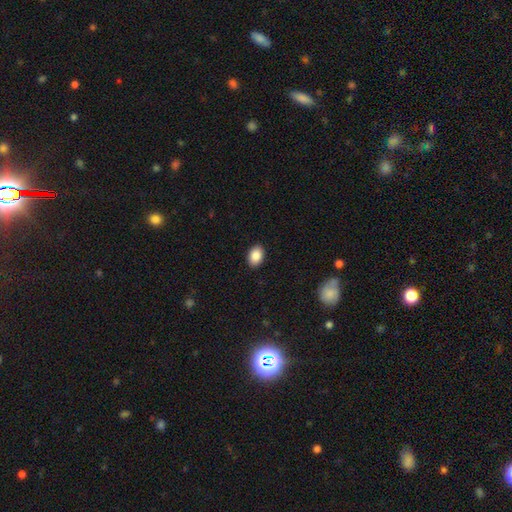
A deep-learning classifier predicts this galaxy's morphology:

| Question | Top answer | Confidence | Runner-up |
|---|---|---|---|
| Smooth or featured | smooth | 89% | star or artifact (7%) |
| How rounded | in between | 84% | round (15%) |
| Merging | none | 90% | minor disturbance (7%) |